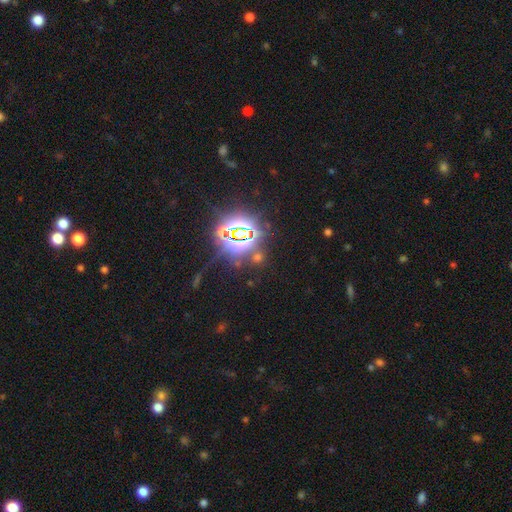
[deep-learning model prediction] smooth_or_featured: star or artifact (p=0.81) [alt: smooth p=0.11]